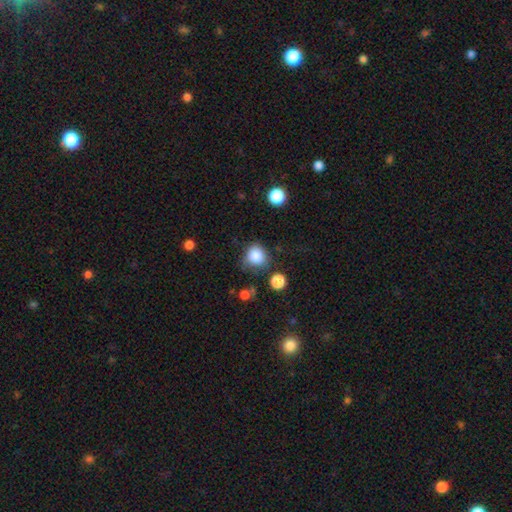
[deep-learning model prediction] smooth-or-featured: smooth: 84% | star or artifact: 11% | featured or disk: 5%
  how-rounded: round: 84% | in between: 16% | cigar-shaped: 1%
  merging: none: 72% | minor disturbance: 19% | major disturbance: 5% | merger: 4%